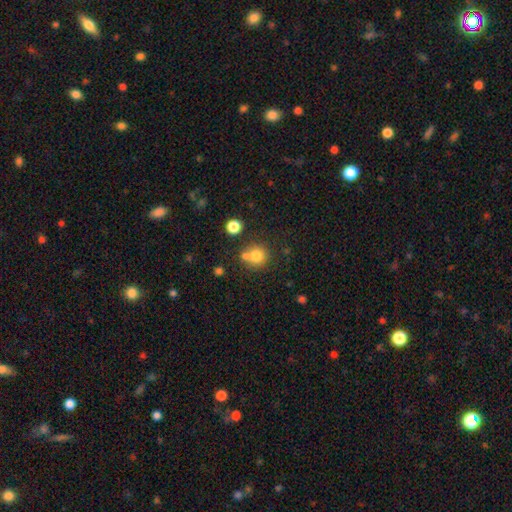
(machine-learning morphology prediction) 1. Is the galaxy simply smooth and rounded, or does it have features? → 76% smooth, 13% star or artifact, 11% featured or disk.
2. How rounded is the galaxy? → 83% round, 16% in between, 1% cigar-shaped.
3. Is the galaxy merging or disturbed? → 50% none, 31% merger, 13% minor disturbance, 6% major disturbance.